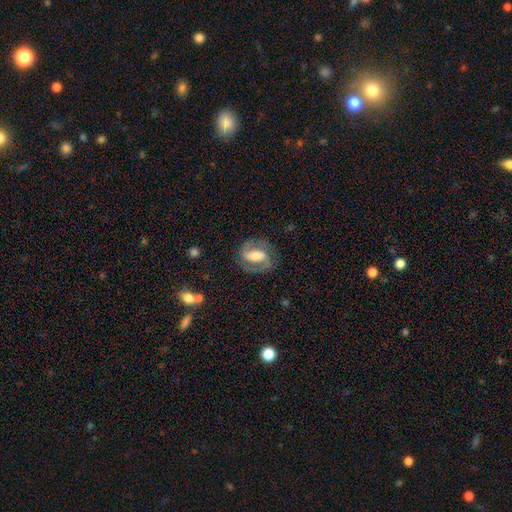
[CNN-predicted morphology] type=featured or disk (77%); edge-on=no (96%); bar=strong (51%); spiral arms=yes (90%); winding=medium (52%); arm count=2 (89%); bulge=moderate (40%); merging=none (76%).